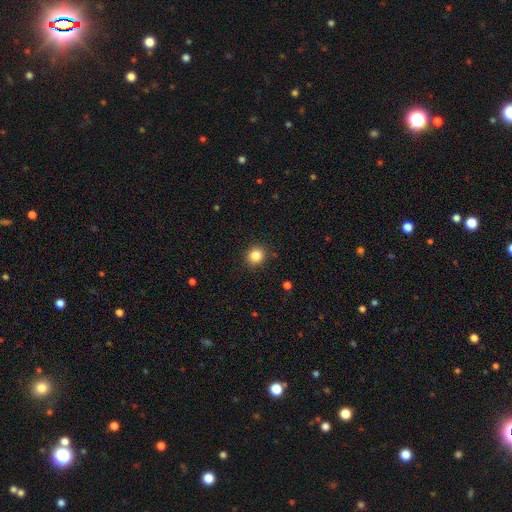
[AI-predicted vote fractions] A smooth galaxy with no disk features (84%) that is round (86%). Merging: none (89%).